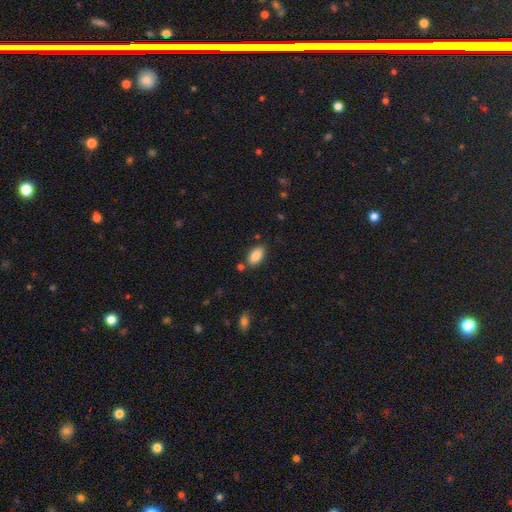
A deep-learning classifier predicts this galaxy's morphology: A smooth galaxy with no disk features (86%) that is in between round and cigar-shaped (91%).

Vote fractions:
- Smooth or featured? smooth: 86% / star or artifact: 8% / featured or disk: 6%
- How rounded? in between: 91% / cigar-shaped: 5% / round: 4%
- Merging? none: 79% / minor disturbance: 12% / merger: 5% / major disturbance: 3%